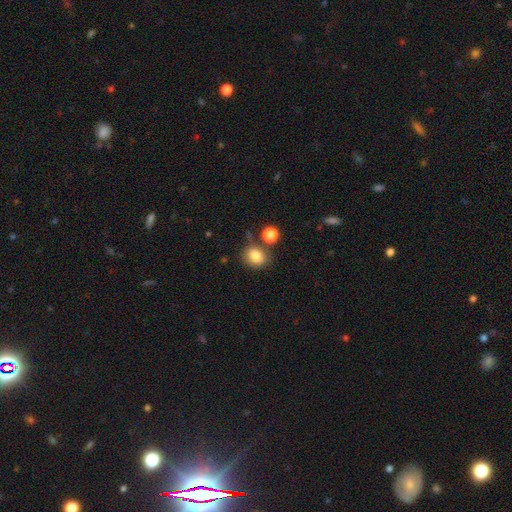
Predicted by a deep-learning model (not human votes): This appears to be a smooth galaxy with no disk features (82%) that is round (56%). Merging: none (66%).